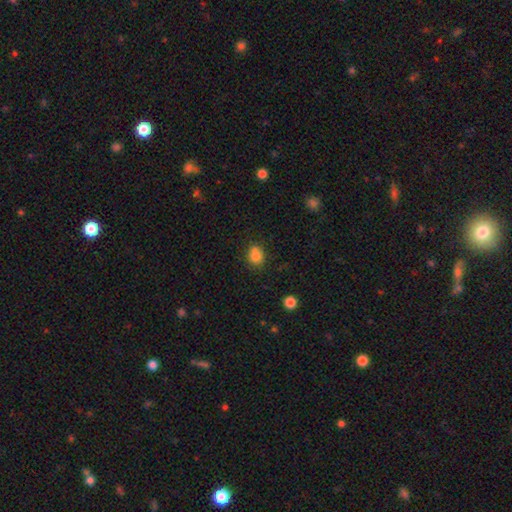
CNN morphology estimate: Smooth or featured? Predicted: smooth (p=0.81). How rounded? Predicted: round (p=0.60). Merging? Predicted: none (p=0.69).